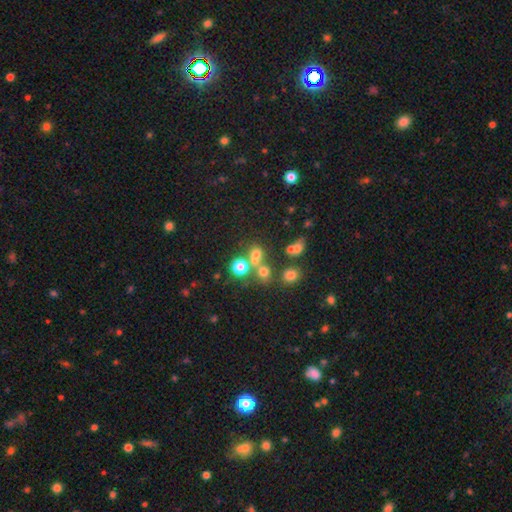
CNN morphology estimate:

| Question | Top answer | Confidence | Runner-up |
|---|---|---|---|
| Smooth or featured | smooth | 60% | star or artifact (26%) |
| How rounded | round | 79% | in between (20%) |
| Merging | none | 51% | merger (34%) |